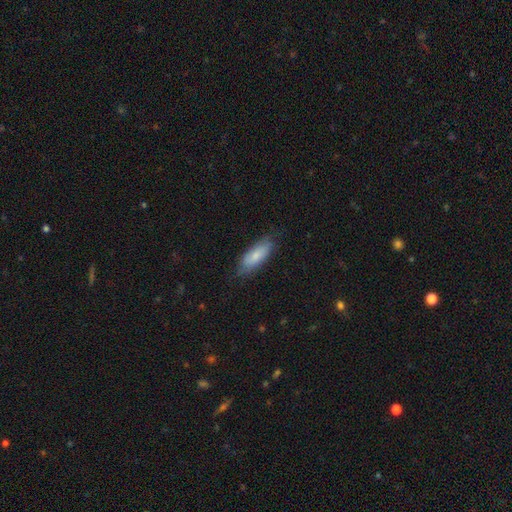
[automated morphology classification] Smooth or featured: smooth — 72% (featured or disk — 22%)
How rounded: in between — 72% (cigar-shaped — 26%)
Merging: none — 72% (minor disturbance — 22%)